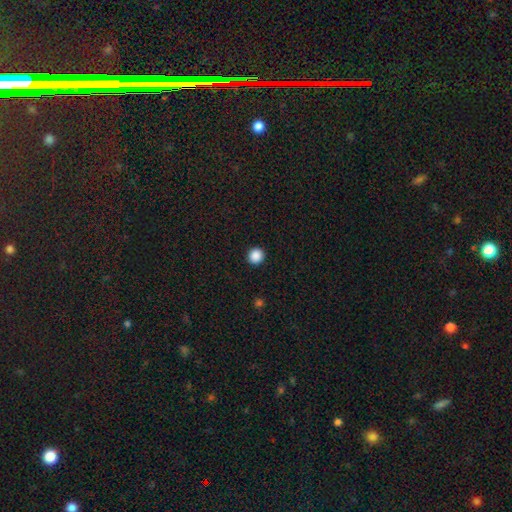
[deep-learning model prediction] Smooth or featured?
  - smooth: 88% *
  - star or artifact: 10%
  - featured or disk: 2%
How rounded?
  - round: 94% *
  - in between: 5%
  - cigar-shaped: 1%
Merging?
  - none: 93% *
  - minor disturbance: 4%
  - major disturbance: 2%
  - merger: 1%